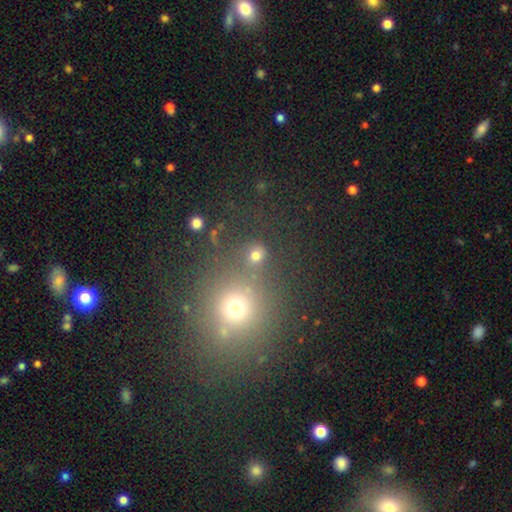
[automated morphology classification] Smooth or featured: smooth — 72% (star or artifact — 20%)
How rounded: round — 80% (in between — 19%)
Merging: none — 65% (merger — 18%)